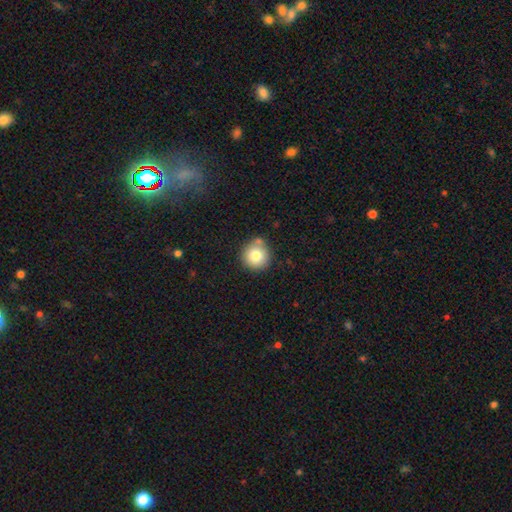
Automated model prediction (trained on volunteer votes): Smooth or featured?
  - smooth: 79% *
  - featured or disk: 11%
  - star or artifact: 10%
How rounded?
  - round: 94% *
  - in between: 5%
  - cigar-shaped: 1%
Merging?
  - none: 75% *
  - minor disturbance: 13%
  - merger: 9%
  - major disturbance: 3%